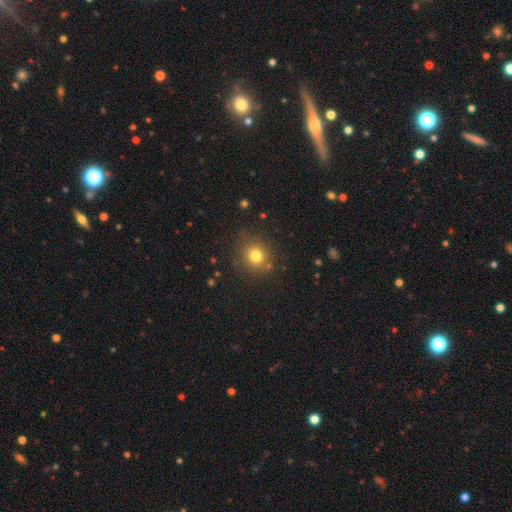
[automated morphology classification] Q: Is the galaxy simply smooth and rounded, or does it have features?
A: smooth — 77%.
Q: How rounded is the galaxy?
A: round — 88%.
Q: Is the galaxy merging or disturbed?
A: none — 83%.